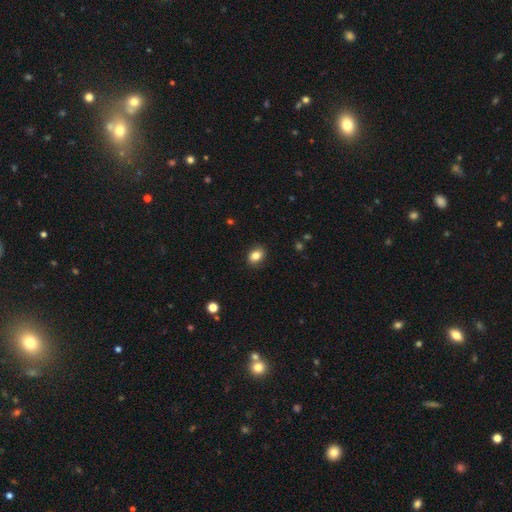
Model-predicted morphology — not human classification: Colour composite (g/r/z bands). It shows a smooth galaxy with no disk features (85%) that is in between round and cigar-shaped (66%). Merging: none (87%).